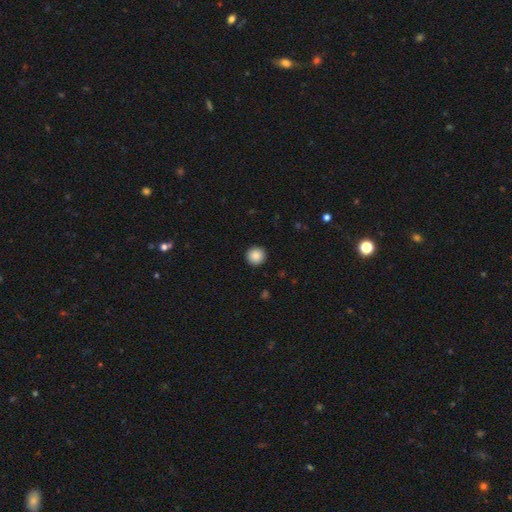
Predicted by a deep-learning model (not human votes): Morphology: type=smooth (88%); roundness=round (96%); merging=none (93%).